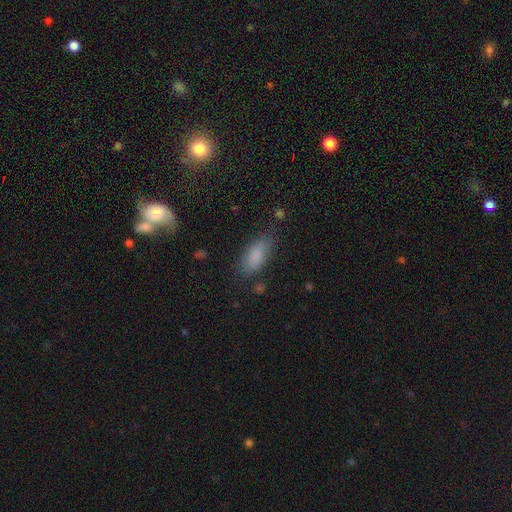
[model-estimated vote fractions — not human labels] Smooth or featured: smooth — 83% (featured or disk — 9%)
How rounded: in between — 84% (cigar-shaped — 13%)
Merging: none — 73% (minor disturbance — 19%)